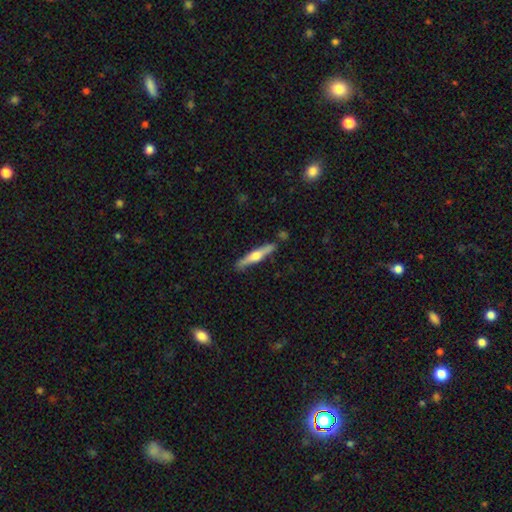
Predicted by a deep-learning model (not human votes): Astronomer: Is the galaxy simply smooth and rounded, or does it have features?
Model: featured or disk — 56% (runner-up: smooth, 39%).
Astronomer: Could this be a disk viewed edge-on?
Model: yes — 96%.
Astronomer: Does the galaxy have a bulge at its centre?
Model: rounded — 90%.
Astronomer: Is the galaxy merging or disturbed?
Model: none — 85%.